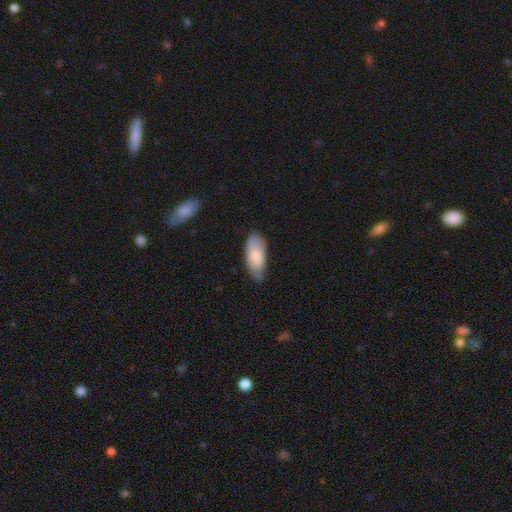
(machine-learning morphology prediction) type=smooth (77%); roundness=in between (91%); merging=none (60%).